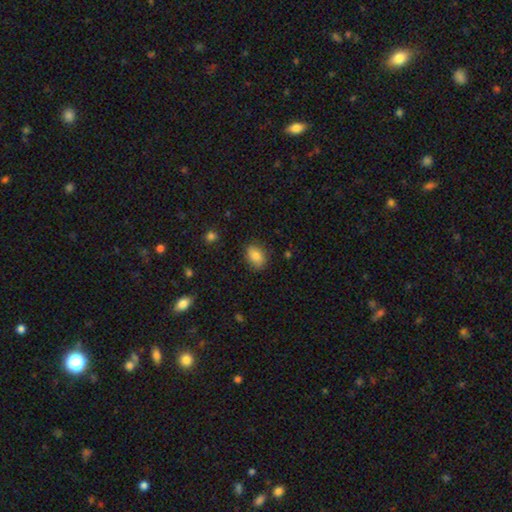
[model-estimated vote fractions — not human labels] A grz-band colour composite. It shows a smooth galaxy with no disk features (84%) that is in between round and cigar-shaped (77%). Merging: none (82%).